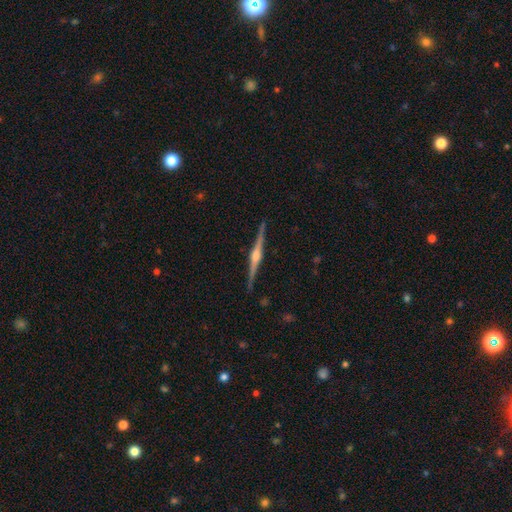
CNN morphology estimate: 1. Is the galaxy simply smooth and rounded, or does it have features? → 87% featured or disk, 8% smooth, 5% star or artifact.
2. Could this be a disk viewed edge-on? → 99% yes, 1% no.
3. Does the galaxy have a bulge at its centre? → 87% rounded, 9% boxy, 3% none.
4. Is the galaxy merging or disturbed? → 91% none, 7% minor disturbance, 1% major disturbance, 1% merger.